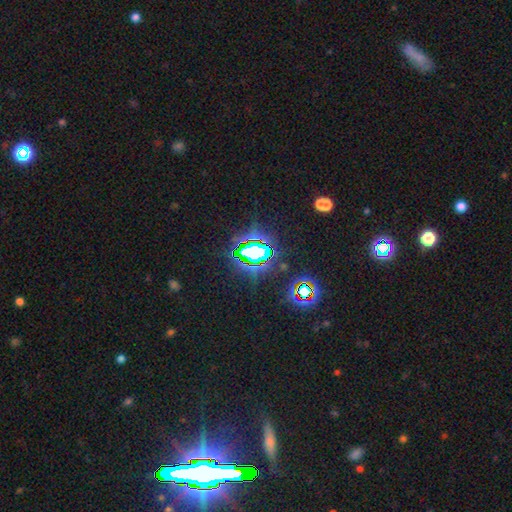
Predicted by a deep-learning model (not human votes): A star or artifact, not a galaxy (74%).

Vote fractions:
- Smooth or featured? star or artifact: 74% / smooth: 15% / featured or disk: 12%